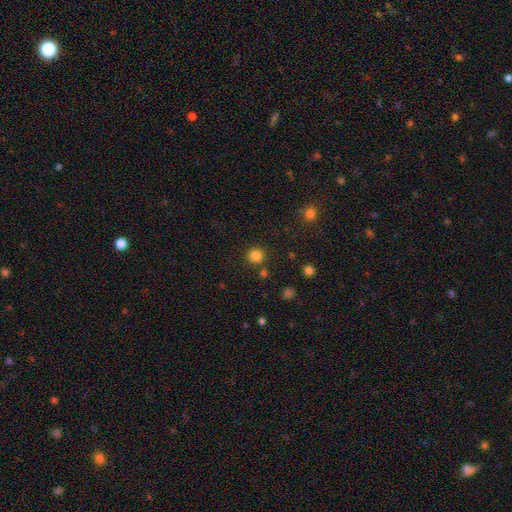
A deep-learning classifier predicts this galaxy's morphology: This is clearly a smooth galaxy (83%). How rounded: clearly round (93%). Merging: clearly none (85%).